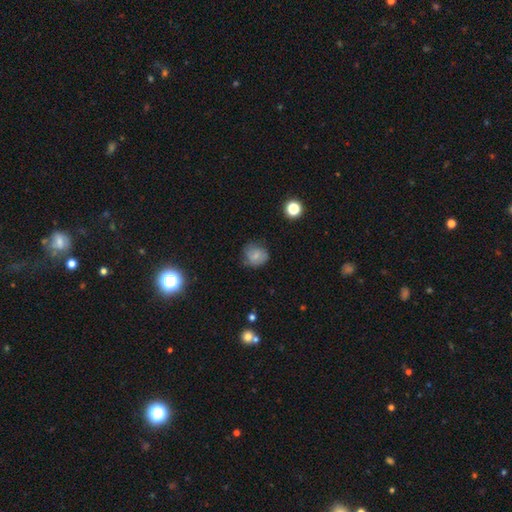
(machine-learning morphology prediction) smooth 70%, featured or disk 19%, star or artifact 11%. Down the decision tree: how rounded — round (75%); merging — none (64%).